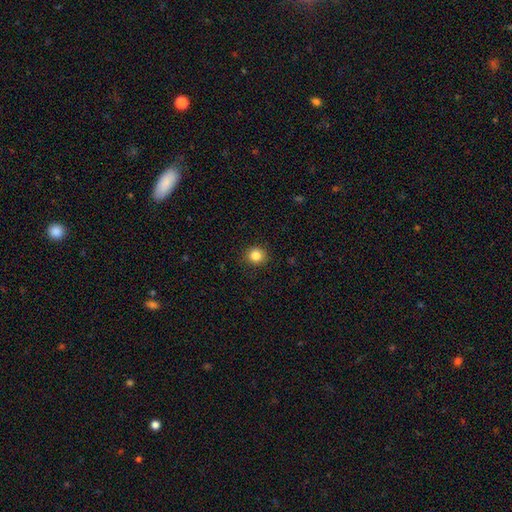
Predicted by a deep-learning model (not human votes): Smooth or featured: smooth — 85% (star or artifact — 11%)
How rounded: round — 90% (in between — 9%)
Merging: none — 90% (minor disturbance — 7%)